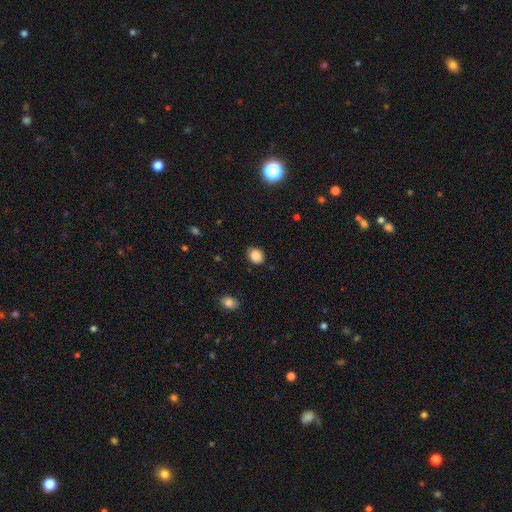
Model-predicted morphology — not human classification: Smooth or featured: smooth — 87% (star or artifact — 9%)
How rounded: round — 60% (in between — 39%)
Merging: none — 83% (minor disturbance — 13%)